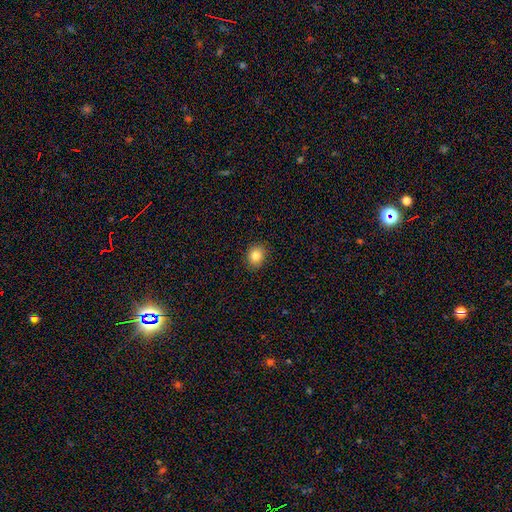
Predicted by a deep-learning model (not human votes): Morphology: type=smooth (83%); roundness=round (61%); merging=none (89%).